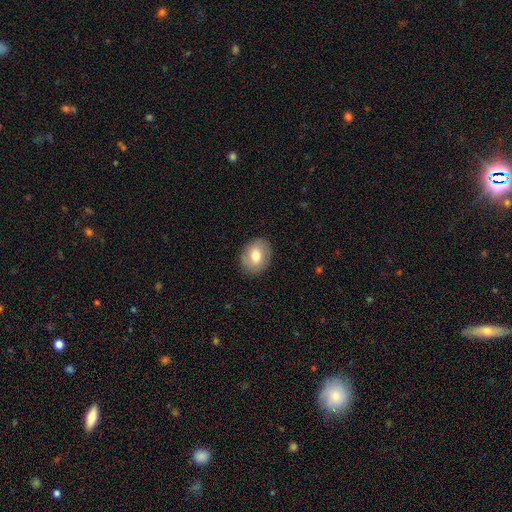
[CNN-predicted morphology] smooth 72%, featured or disk 20%, star or artifact 8%. Down the decision tree: how rounded — in between (57%); merging — none (87%).